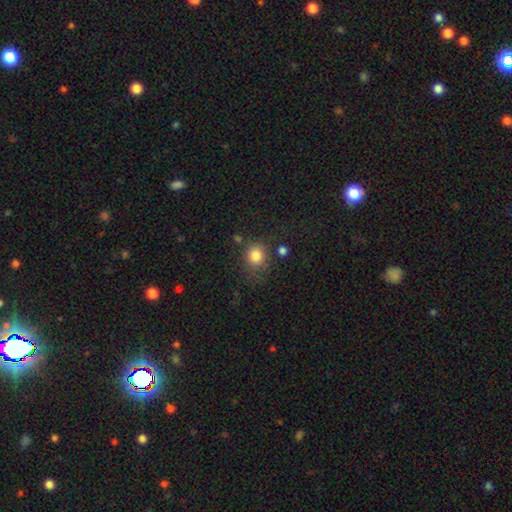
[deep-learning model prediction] A smooth galaxy with no disk features (82%) that is round (79%). Merging: none (66%).